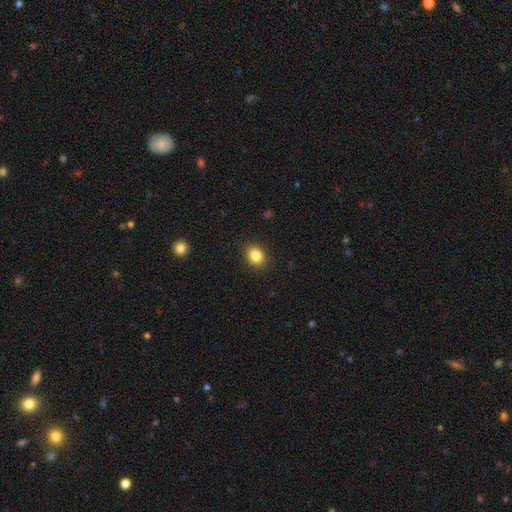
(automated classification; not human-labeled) Smooth or featured? Predicted: smooth (p=0.84). How rounded? Predicted: in between (p=0.51). Merging? Predicted: none (p=0.89).